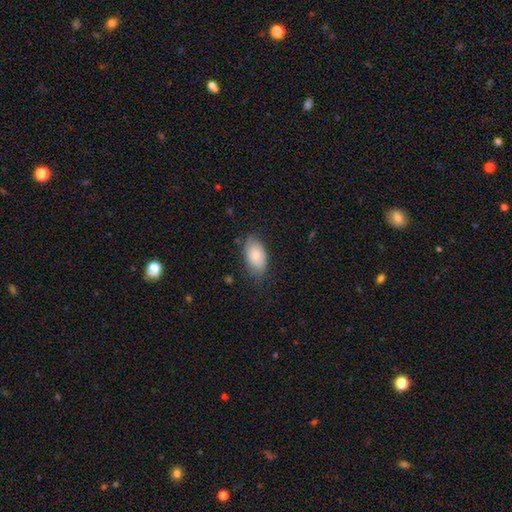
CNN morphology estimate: The model was most divided on "merging": none: 67%, minor disturbance: 25%, major disturbance: 6%, merger: 1%. More confident: how rounded — in between (93%); smooth or featured — smooth (79%).